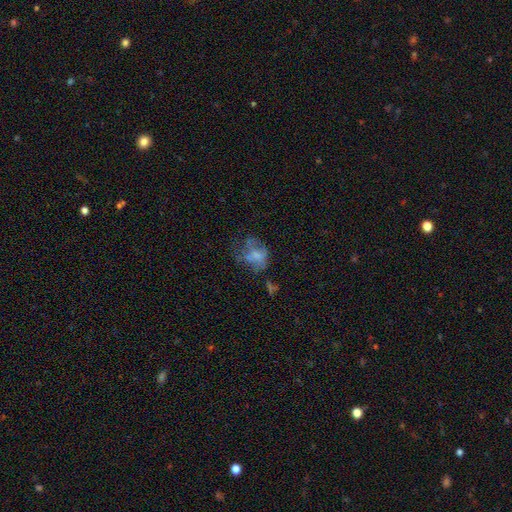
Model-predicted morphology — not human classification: type=smooth (46%); merging=none (36%).